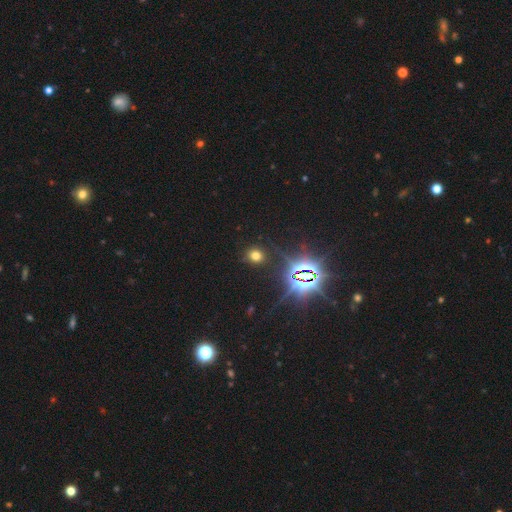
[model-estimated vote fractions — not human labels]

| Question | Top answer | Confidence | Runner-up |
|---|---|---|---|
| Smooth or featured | smooth | 57% | star or artifact (35%) |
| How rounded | round | 76% | in between (22%) |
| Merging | none | 86% | minor disturbance (8%) |